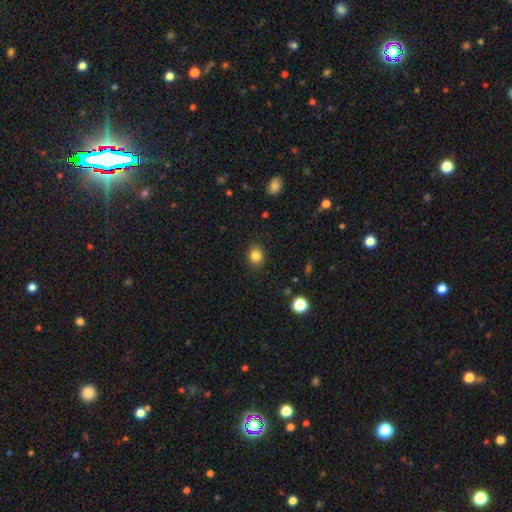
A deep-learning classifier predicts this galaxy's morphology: This appears to be a smooth galaxy with no disk features (84%) that is round (68%). Merging: none (87%).